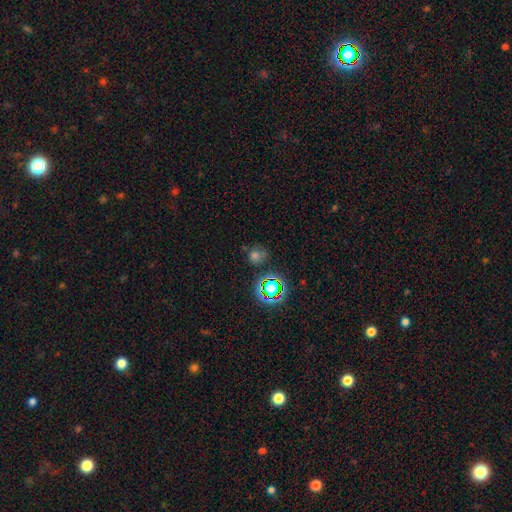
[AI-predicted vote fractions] This is possibly a smooth galaxy (46%). Merging: likely none (74%).